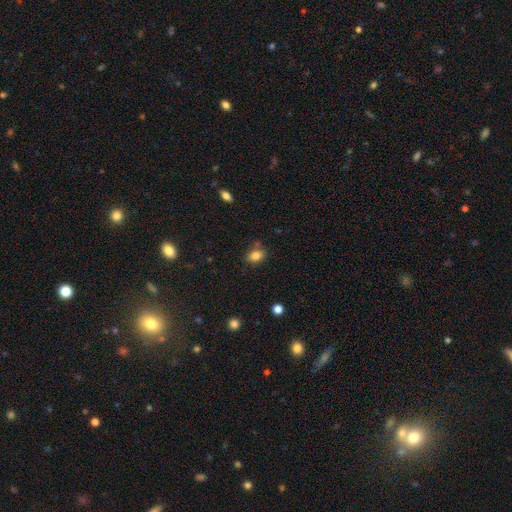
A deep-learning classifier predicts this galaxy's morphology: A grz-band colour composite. It shows a smooth galaxy with no disk features (83%) that is in between round and cigar-shaped (68%). Merging: none (74%).